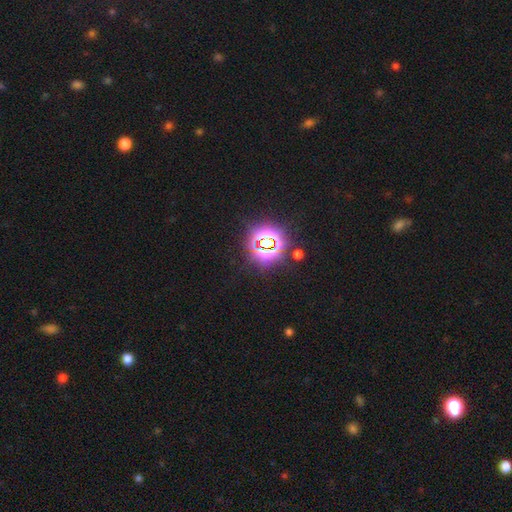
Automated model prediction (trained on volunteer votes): Overall: star or artifact (78%).